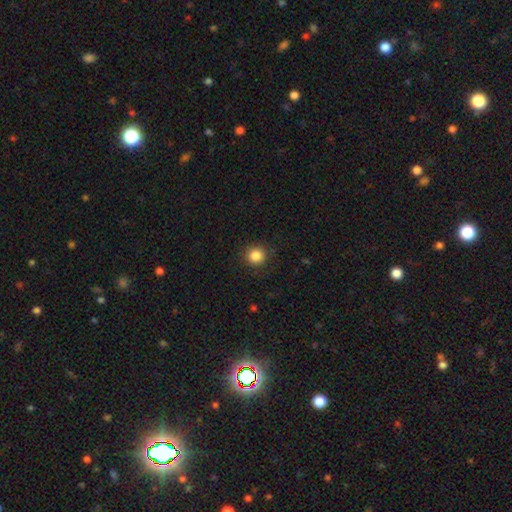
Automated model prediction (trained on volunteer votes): This appears to be a smooth galaxy with no disk features (85%) that is round (93%). Merging: none (90%).